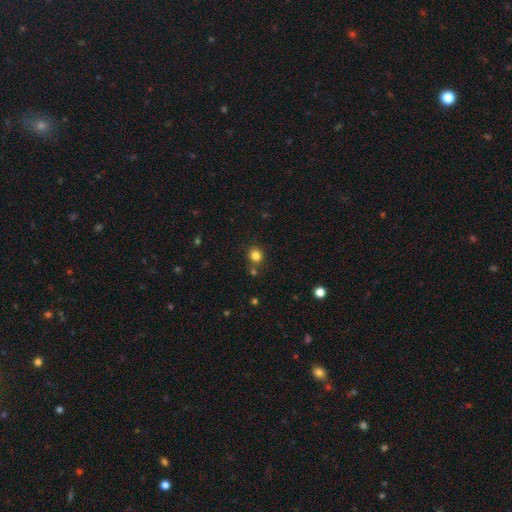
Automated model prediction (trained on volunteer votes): A smooth galaxy with no disk features (82%) that is round (84%).

Vote fractions:
- Smooth or featured? smooth: 82% / star or artifact: 13% / featured or disk: 5%
- How rounded? round: 84% / in between: 15% / cigar-shaped: 1%
- Merging? none: 79% / minor disturbance: 9% / merger: 9% / major disturbance: 3%